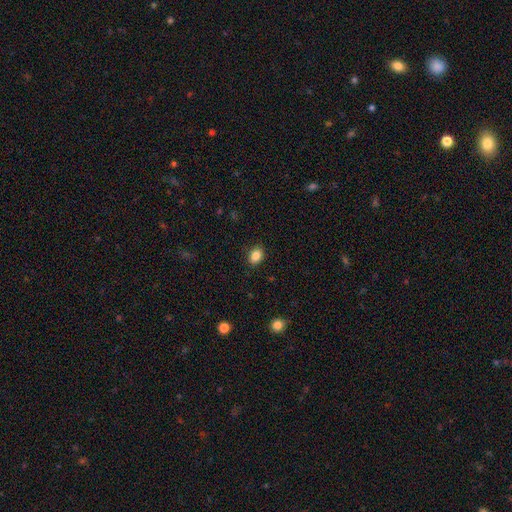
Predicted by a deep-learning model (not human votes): Smooth or featured? Predicted: smooth (p=0.86). How rounded? Predicted: in between (p=0.72). Merging? Predicted: none (p=0.88).